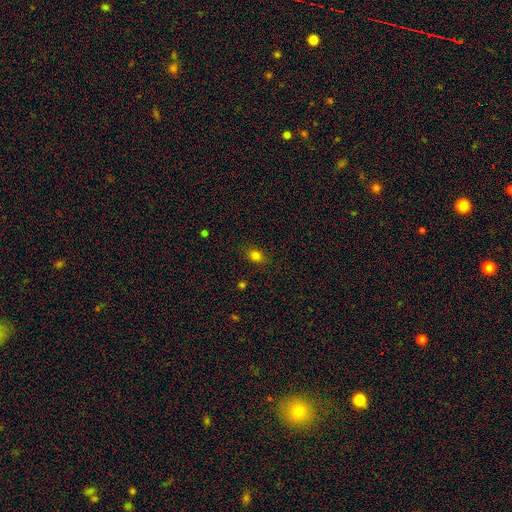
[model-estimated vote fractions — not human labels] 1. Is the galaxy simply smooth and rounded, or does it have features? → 79% smooth, 14% star or artifact, 6% featured or disk.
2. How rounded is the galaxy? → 60% in between, 38% round, 2% cigar-shaped.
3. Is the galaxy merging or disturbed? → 83% none, 12% minor disturbance, 3% major disturbance, 1% merger.